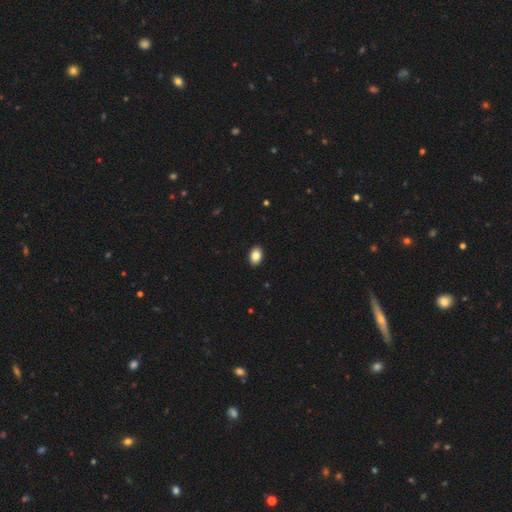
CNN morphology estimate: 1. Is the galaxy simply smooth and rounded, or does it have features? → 85% smooth, 8% star or artifact, 7% featured or disk.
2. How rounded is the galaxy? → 87% in between, 12% round, 1% cigar-shaped.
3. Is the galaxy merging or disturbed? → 91% none, 7% minor disturbance, 1% major disturbance, 1% merger.